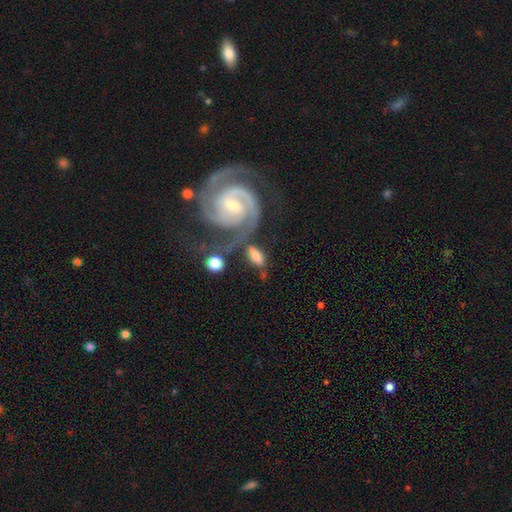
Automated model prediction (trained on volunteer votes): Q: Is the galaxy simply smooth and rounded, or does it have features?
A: featured or disk — 48%.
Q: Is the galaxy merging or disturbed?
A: none — 48%.